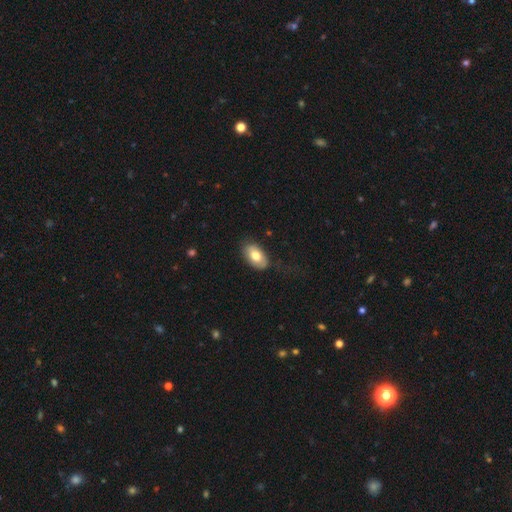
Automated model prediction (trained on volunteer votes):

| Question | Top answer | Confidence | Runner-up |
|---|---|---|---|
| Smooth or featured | smooth | 74% | featured or disk (19%) |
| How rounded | in between | 93% | round (5%) |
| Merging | none | 76% | minor disturbance (18%) |